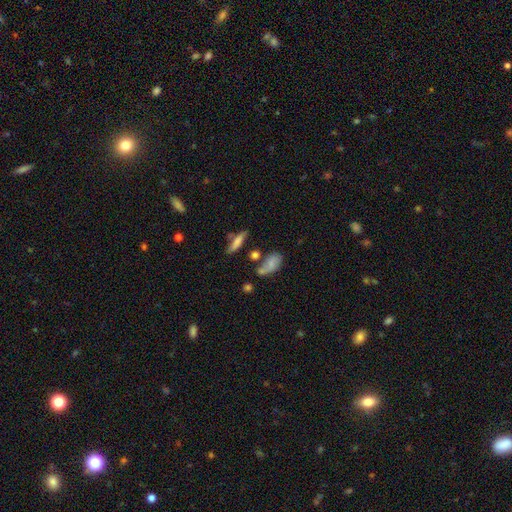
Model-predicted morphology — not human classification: Smooth or featured: smooth — 51% (featured or disk — 30%)
How rounded: in between — 60% (cigar-shaped — 33%)
Merging: none — 53% (merger — 21%)